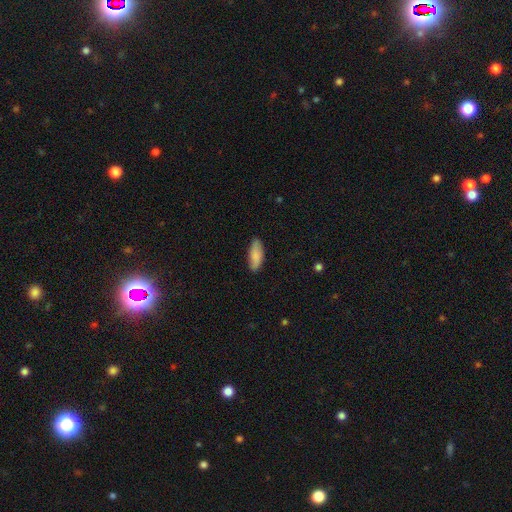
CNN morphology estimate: Smooth or featured: smooth — 85% (featured or disk — 9%)
How rounded: in between — 75% (cigar-shaped — 24%)
Merging: none — 82% (minor disturbance — 14%)